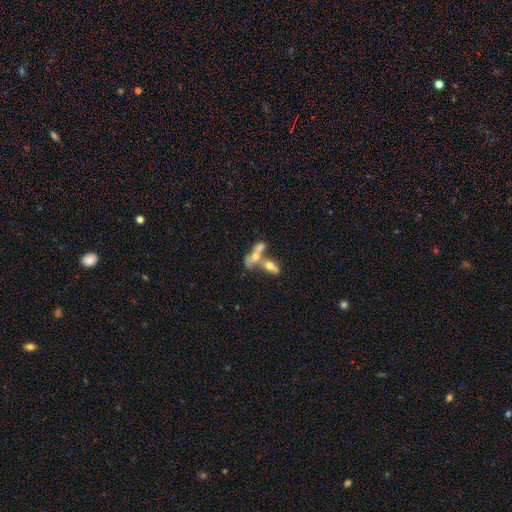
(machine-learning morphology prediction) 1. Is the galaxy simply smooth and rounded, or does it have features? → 50% smooth, 39% featured or disk, 11% star or artifact.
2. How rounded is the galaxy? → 65% in between, 25% cigar-shaped, 10% round.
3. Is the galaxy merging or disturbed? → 68% merger, 17% none, 7% major disturbance, 7% minor disturbance.